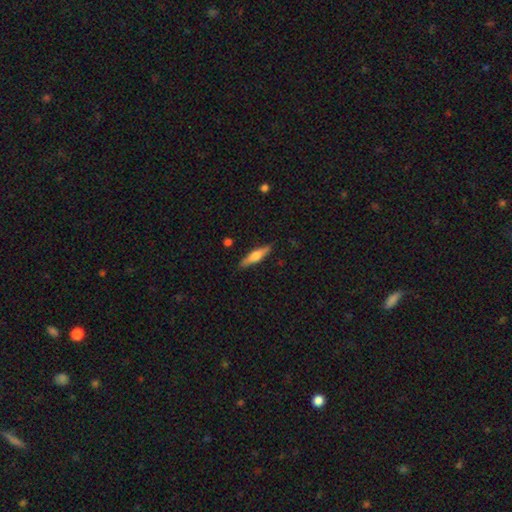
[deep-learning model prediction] Morphology: type=featured or disk (53%); edge-on=yes (96%); edge-on bulge=rounded (91%); merging=none (89%).